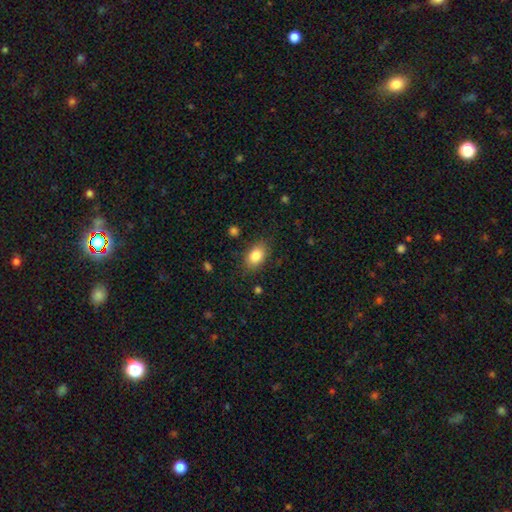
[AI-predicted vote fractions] Smooth or featured? smooth (83%)
How rounded? in between (82%)
Merging? none (82%)